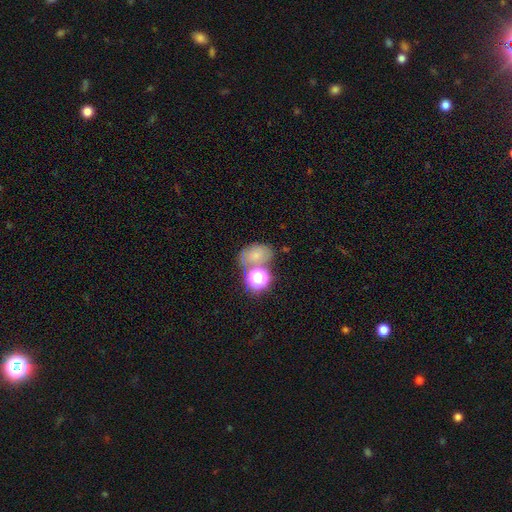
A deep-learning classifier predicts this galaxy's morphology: type=smooth (60%); roundness=in between (65%); merging=none (48%).